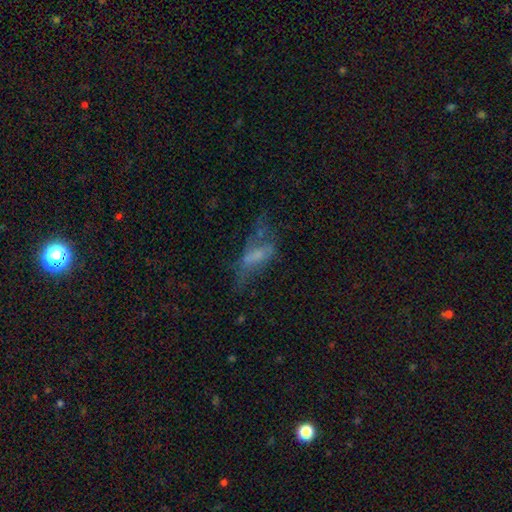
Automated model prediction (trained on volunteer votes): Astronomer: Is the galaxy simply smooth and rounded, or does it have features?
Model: featured or disk — 46% (runner-up: smooth, 39%).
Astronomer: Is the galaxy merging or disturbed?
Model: major disturbance — 40% (runner-up: none, 32%).